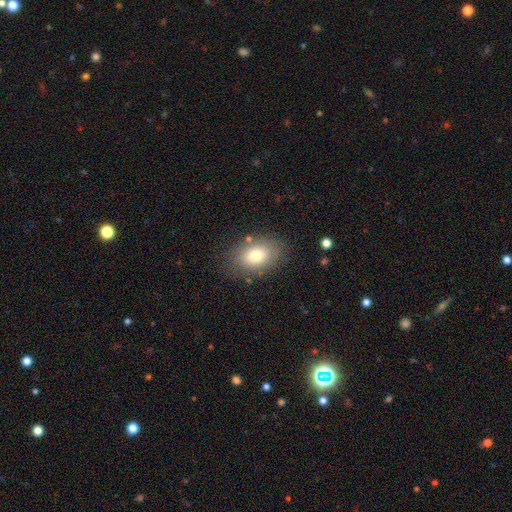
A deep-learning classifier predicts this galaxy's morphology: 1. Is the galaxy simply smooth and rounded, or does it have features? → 76% smooth, 15% featured or disk, 9% star or artifact.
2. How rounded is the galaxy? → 82% in between, 17% round, 1% cigar-shaped.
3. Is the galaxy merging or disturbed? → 80% none, 13% minor disturbance, 4% major disturbance, 3% merger.